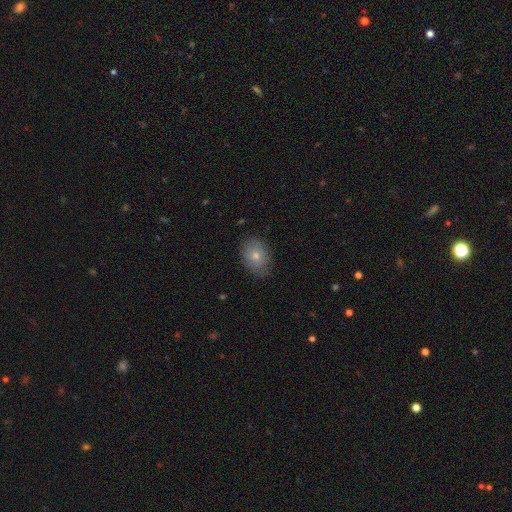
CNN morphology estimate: smooth_or_featured: smooth (p=0.69) [alt: featured or disk p=0.20]
how_rounded: in between (p=0.68) [alt: round p=0.31]
merging: none (p=0.78) [alt: minor disturbance p=0.17]